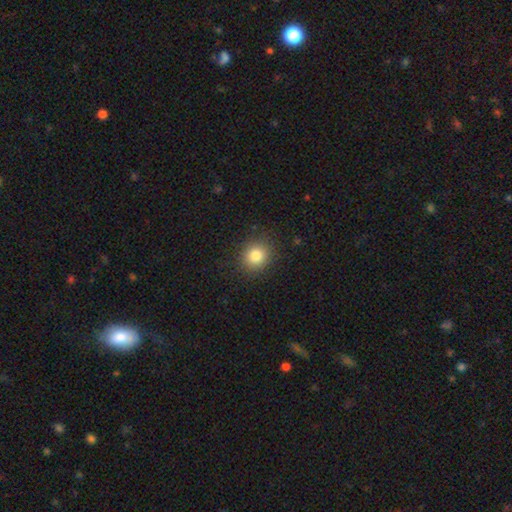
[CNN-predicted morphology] This appears to be a smooth galaxy with no disk features (83%) that is round (81%). Merging: none (88%).